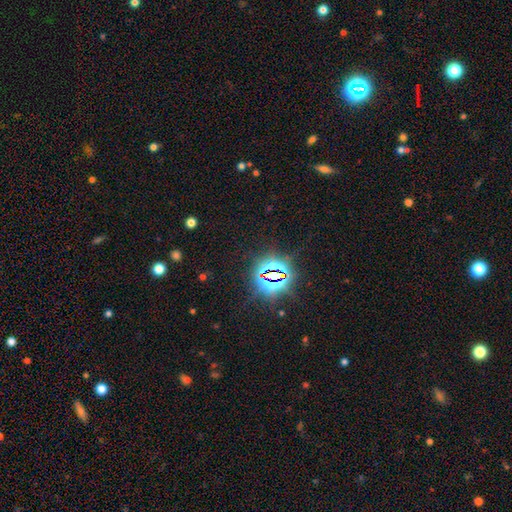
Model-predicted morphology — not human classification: type=star or artifact (83%).